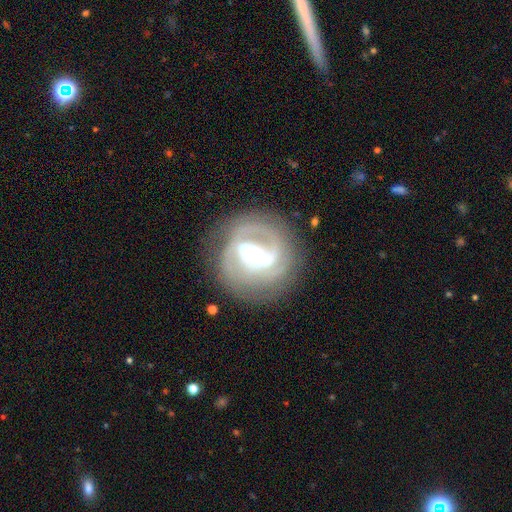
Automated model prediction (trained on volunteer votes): A featured or disk galaxy (86%) with a weak bar (42%), 2 (49%) tight (50%) spiral arms (95%) and a moderate central bulge (49%).

Vote fractions:
- Smooth or featured? featured or disk: 86% / smooth: 8% / star or artifact: 6%
- Edge-on disk? no: 97% / yes: 3%
- Bar? weak: 42% / strong: 30% / no: 27%
- Spiral arms? yes: 95% / no: 5%
- Spiral winding? tight: 50% / medium: 39% / loose: 12%
- Spiral arm count? 2: 49% / 3: 21% / can't tell: 16% / 1: 6% / 4: 4% / more than 4: 3%
- Bulge size? moderate: 49% / small: 44% / large: 5% / dominant: 1% / none: 1%
- Merging? none: 75% / minor disturbance: 14% / major disturbance: 9% / merger: 2%